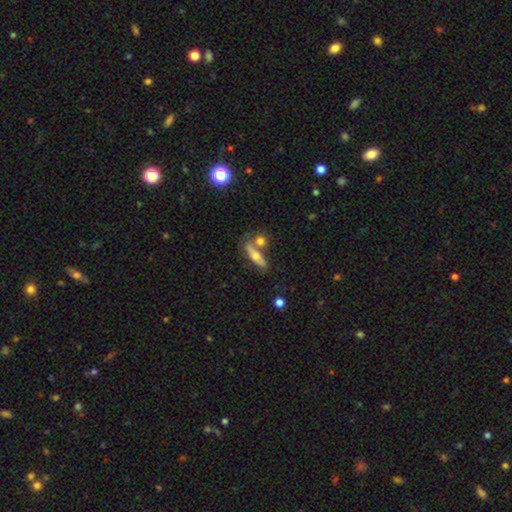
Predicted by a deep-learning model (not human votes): Smooth or featured: smooth — 48% (featured or disk — 44%)
Merging: none — 59% (merger — 24%)